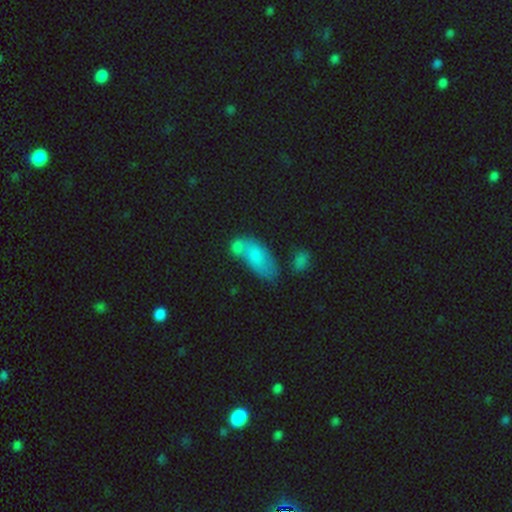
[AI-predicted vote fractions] The model was most divided on "merging": merger: 39%, none: 33%, minor disturbance: 18%, major disturbance: 9%. More confident: how rounded — in between (87%); smooth or featured — smooth (74%).